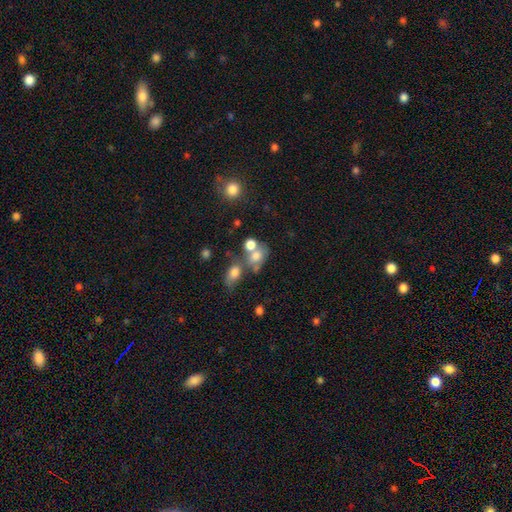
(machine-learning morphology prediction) A smooth galaxy with no disk features (70%) that is in between round and cigar-shaped (53%).

Vote fractions:
- Smooth or featured? smooth: 70% / featured or disk: 17% / star or artifact: 14%
- How rounded? in between: 53% / round: 45% / cigar-shaped: 2%
- Merging? merger: 45% / none: 33% / minor disturbance: 13% / major disturbance: 9%